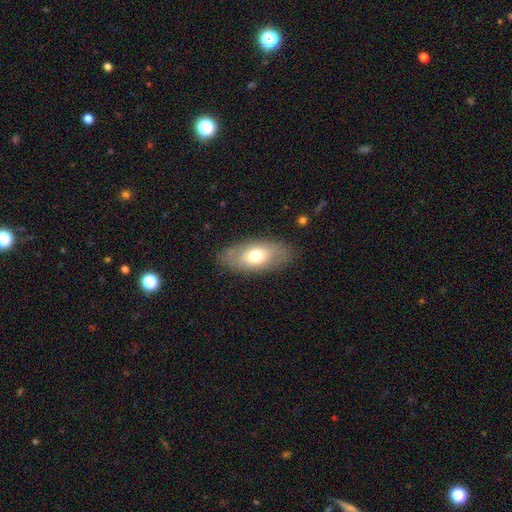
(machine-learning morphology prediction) type=smooth (63%); roundness=in between (91%); merging=none (83%).